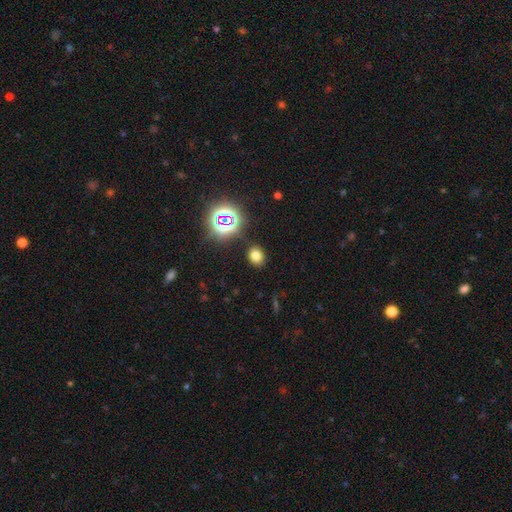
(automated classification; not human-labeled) The model was most divided on "how rounded": round: 56%, in between: 43%, cigar-shaped: 1%. More confident: merging — none (86%); smooth or featured — smooth (71%).